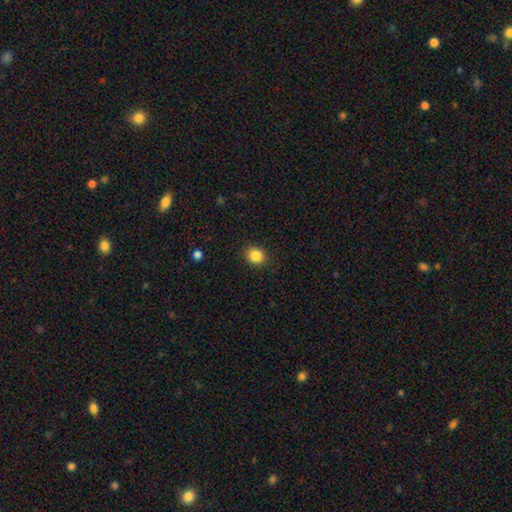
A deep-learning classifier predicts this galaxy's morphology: Overall: smooth (86%). How rounded: round (78%). Merging: none (89%).